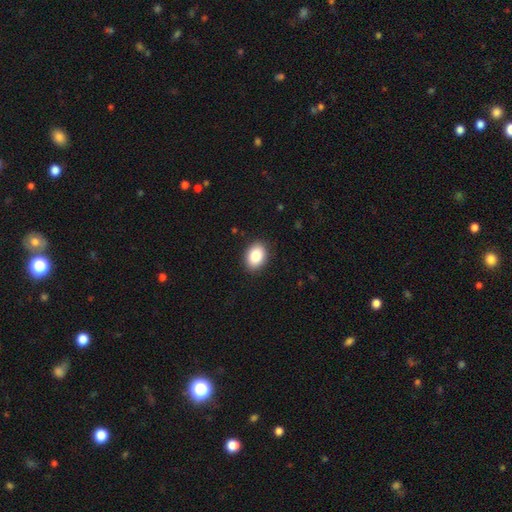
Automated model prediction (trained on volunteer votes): A smooth galaxy with no disk features (86%) that is in between round and cigar-shaped (78%).

Vote fractions:
- Smooth or featured? smooth: 86% / star or artifact: 8% / featured or disk: 6%
- How rounded? in between: 78% / round: 21% / cigar-shaped: 1%
- Merging? none: 89% / minor disturbance: 8% / major disturbance: 2% / merger: 1%